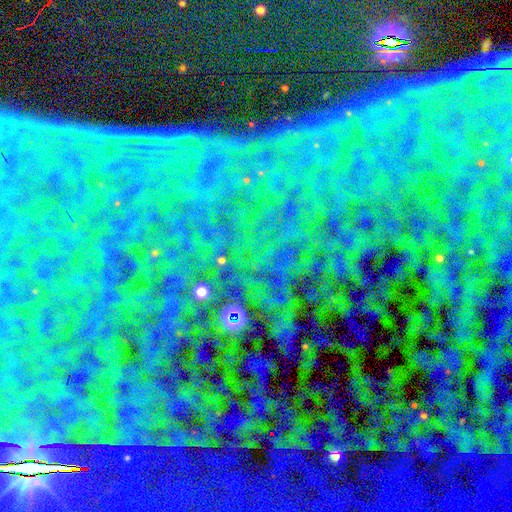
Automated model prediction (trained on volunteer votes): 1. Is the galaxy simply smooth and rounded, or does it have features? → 87% star or artifact, 7% featured or disk, 6% smooth.